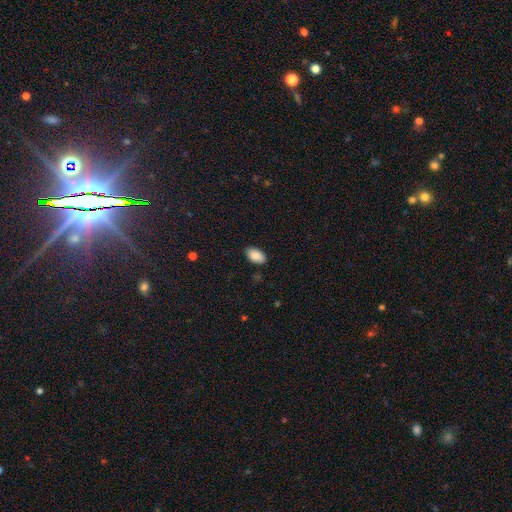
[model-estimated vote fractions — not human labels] Morphology: type=smooth (88%); roundness=in between (94%); merging=none (87%).